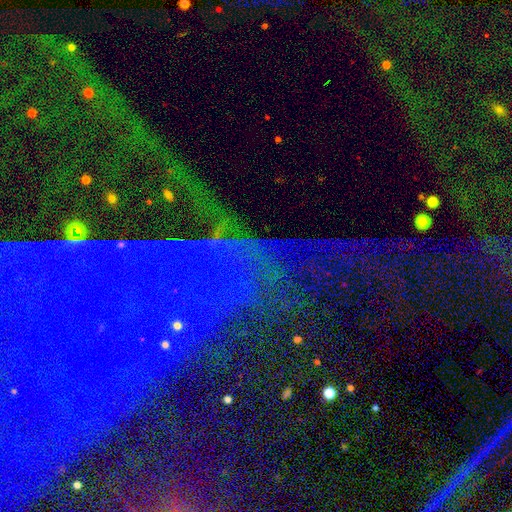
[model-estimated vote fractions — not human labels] smooth_or_featured: star or artifact (p=0.72) [alt: featured or disk p=0.17]